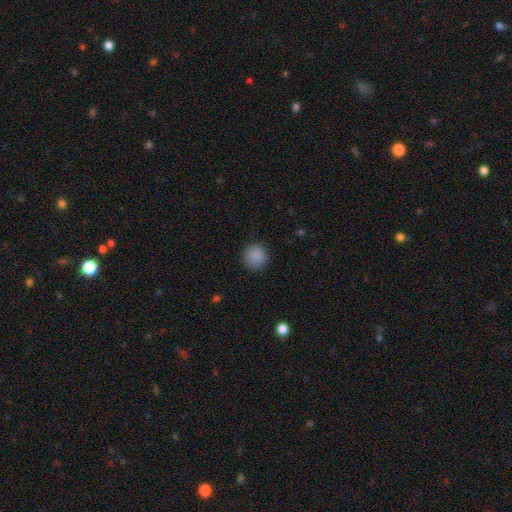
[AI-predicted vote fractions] smooth-or-featured: smooth: 88% | star or artifact: 9% | featured or disk: 3%
  how-rounded: round: 92% | in between: 7% | cigar-shaped: 1%
  merging: none: 89% | minor disturbance: 8% | major disturbance: 2% | merger: 1%